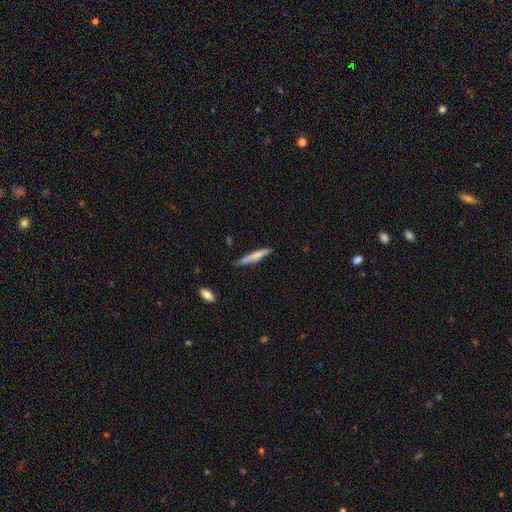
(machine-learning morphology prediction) A smooth galaxy with no disk features (69%) that is cigar-shaped (93%). Merging: none (81%).